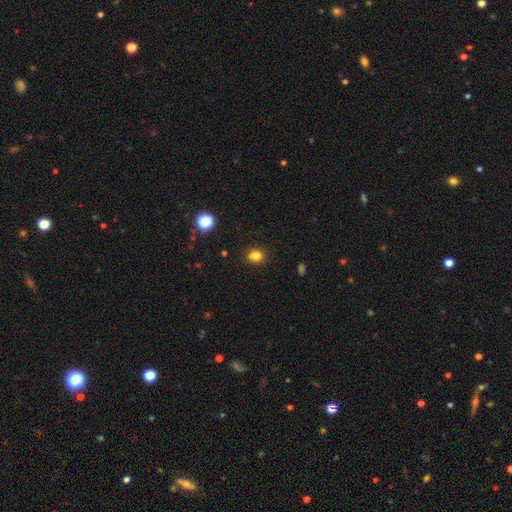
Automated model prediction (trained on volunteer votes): Q: Smooth or featured?
A: smooth (82%); runner-up: star or artifact (13%)
Q: How rounded?
A: round (70%); runner-up: in between (29%)
Q: Merging?
A: none (88%); runner-up: minor disturbance (8%)